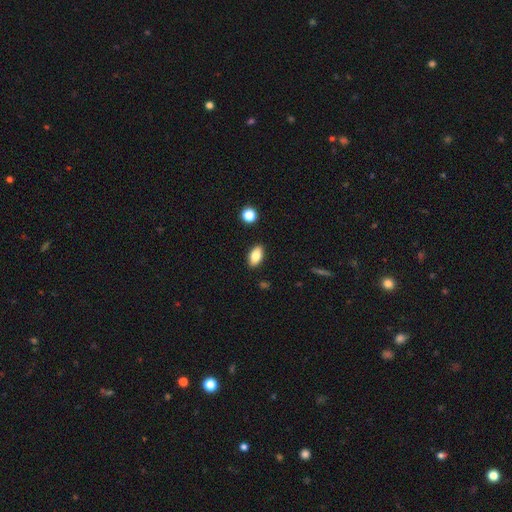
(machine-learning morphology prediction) Q: Smooth or featured?
A: smooth (80%); runner-up: featured or disk (12%)
Q: How rounded?
A: in between (90%); runner-up: cigar-shaped (5%)
Q: Merging?
A: none (88%); runner-up: minor disturbance (8%)